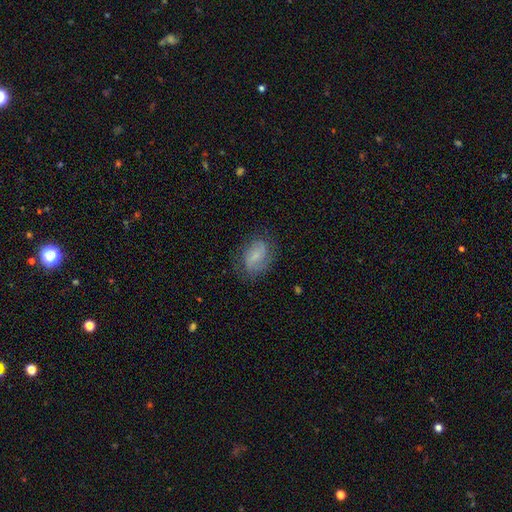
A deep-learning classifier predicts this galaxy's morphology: A smooth galaxy with no disk features (47%).

Vote fractions:
- Smooth or featured? smooth: 47% / featured or disk: 44% / star or artifact: 9%
- Merging? none: 69% / minor disturbance: 20% / major disturbance: 9% / merger: 1%